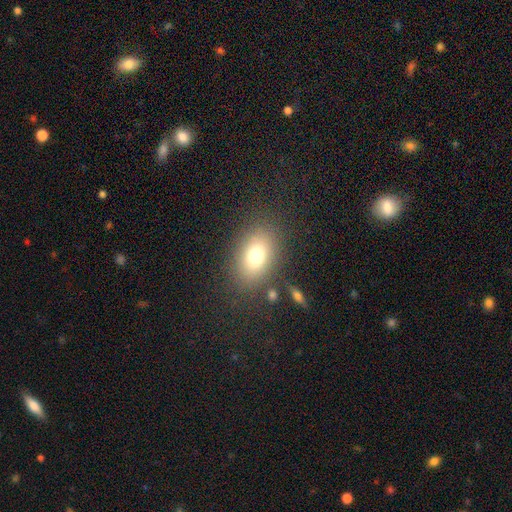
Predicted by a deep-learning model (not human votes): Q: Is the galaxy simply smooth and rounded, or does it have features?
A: smooth — 75%.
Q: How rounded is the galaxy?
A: in between — 81%.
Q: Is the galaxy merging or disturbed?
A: none — 80%.